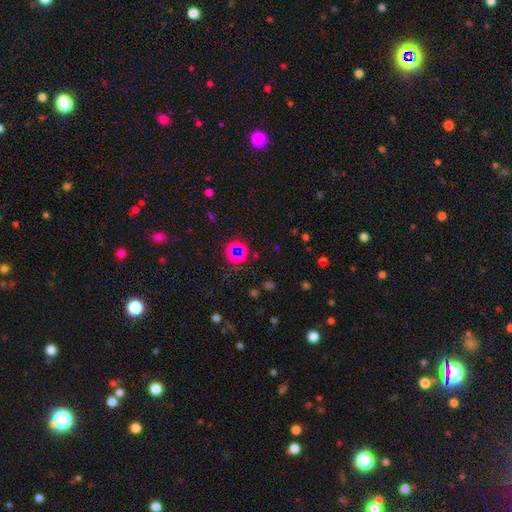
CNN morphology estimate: type=star or artifact (64%).